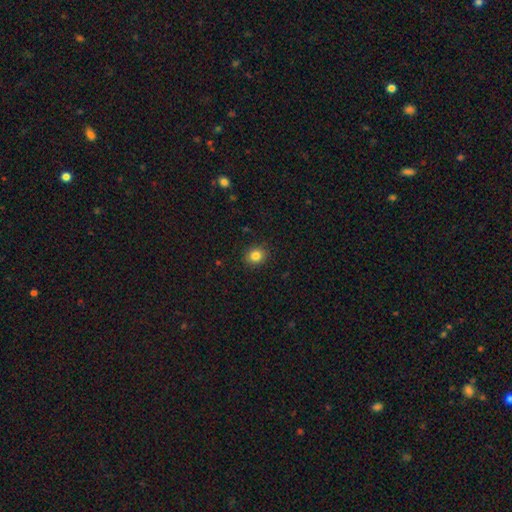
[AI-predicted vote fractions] Smooth or featured?
  - smooth: 83% *
  - star or artifact: 11%
  - featured or disk: 6%
How rounded?
  - round: 78% *
  - in between: 21%
  - cigar-shaped: 1%
Merging?
  - none: 90% *
  - minor disturbance: 7%
  - major disturbance: 2%
  - merger: 1%